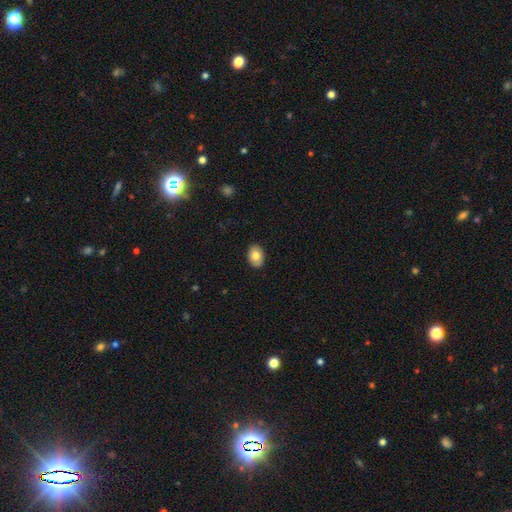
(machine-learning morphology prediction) Smooth or featured: smooth — 80% (featured or disk — 12%)
How rounded: in between — 78% (round — 21%)
Merging: none — 89% (minor disturbance — 8%)